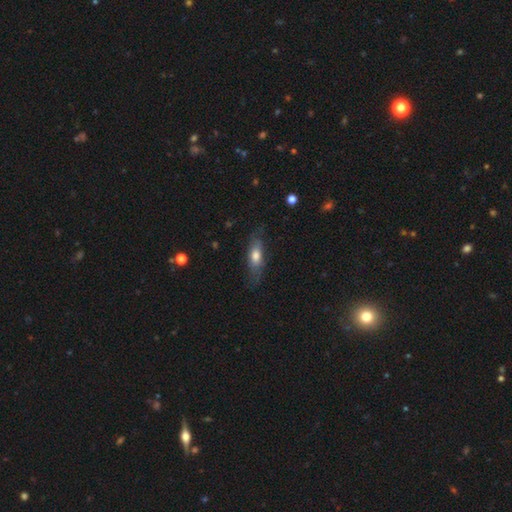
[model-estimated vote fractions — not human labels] A smooth galaxy with no disk features (63%) that is in between round and cigar-shaped (64%).

Vote fractions:
- Smooth or featured? smooth: 63% / featured or disk: 31% / star or artifact: 7%
- How rounded? in between: 64% / cigar-shaped: 33% / round: 3%
- Merging? none: 67% / minor disturbance: 23% / major disturbance: 9% / merger: 1%